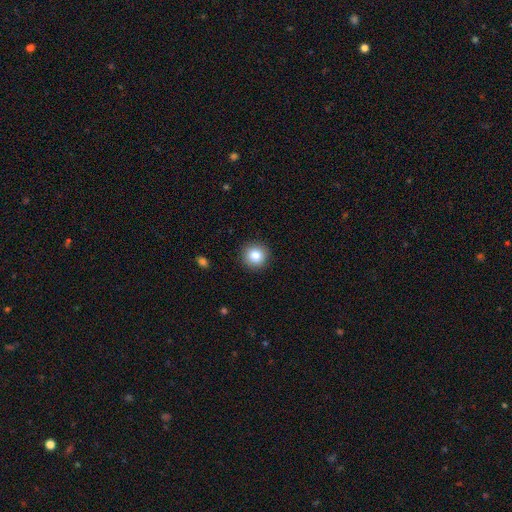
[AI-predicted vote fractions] Smooth or featured? Predicted: smooth (p=0.83). How rounded? Predicted: round (p=0.94). Merging? Predicted: none (p=0.91).